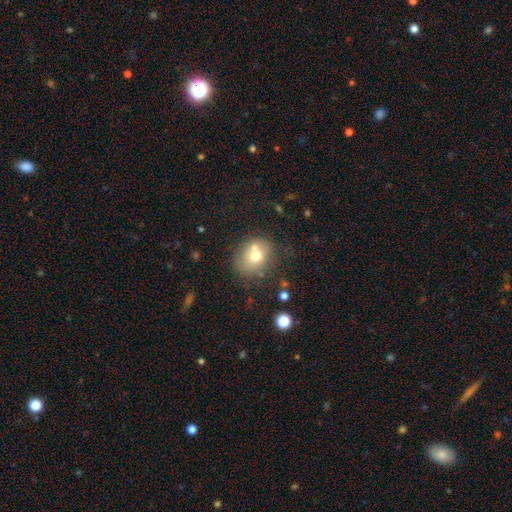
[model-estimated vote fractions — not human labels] Morphology: type=smooth (66%); roundness=round (66%); merging=none (52%).